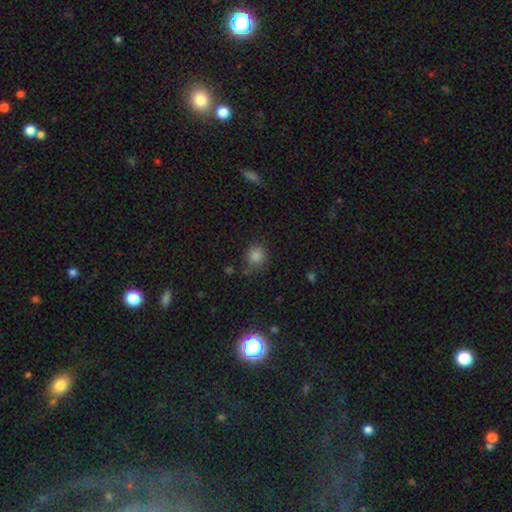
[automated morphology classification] Smooth or featured?
  - smooth: 78% *
  - star or artifact: 17%
  - featured or disk: 5%
How rounded?
  - round: 84% *
  - in between: 15%
  - cigar-shaped: 1%
Merging?
  - none: 76% *
  - minor disturbance: 16%
  - major disturbance: 5%
  - merger: 3%